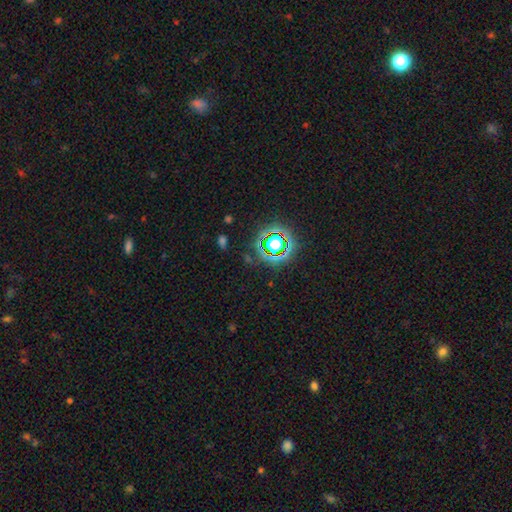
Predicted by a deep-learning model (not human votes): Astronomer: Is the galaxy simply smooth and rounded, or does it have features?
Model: star or artifact — 78%.